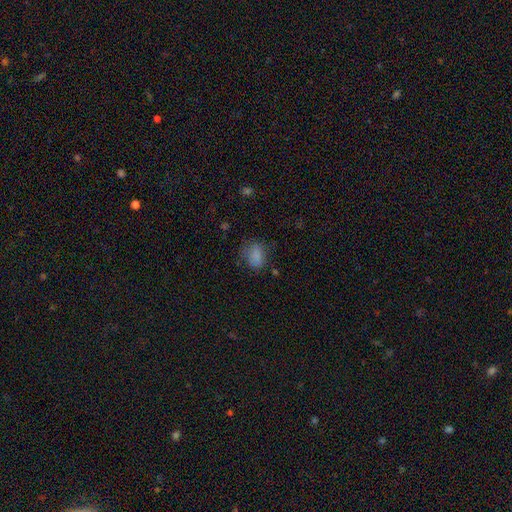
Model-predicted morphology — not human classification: The model was most divided on "merging": none: 61%, minor disturbance: 26%, major disturbance: 11%, merger: 2%. More confident: smooth or featured — smooth (81%); how rounded — in between (75%).